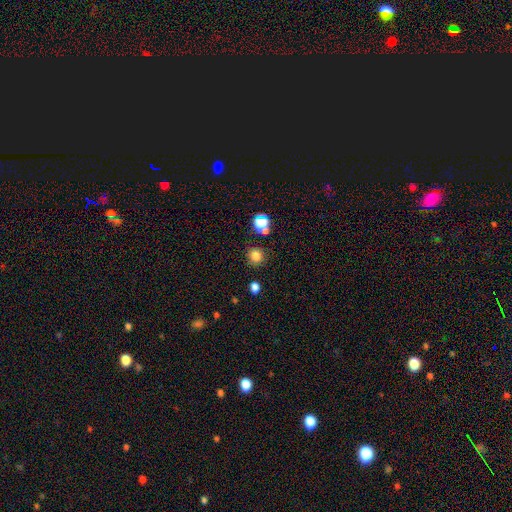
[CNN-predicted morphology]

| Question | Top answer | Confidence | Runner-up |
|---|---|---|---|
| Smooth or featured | smooth | 79% | star or artifact (16%) |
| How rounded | round | 88% | in between (11%) |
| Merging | none | 83% | minor disturbance (9%) |